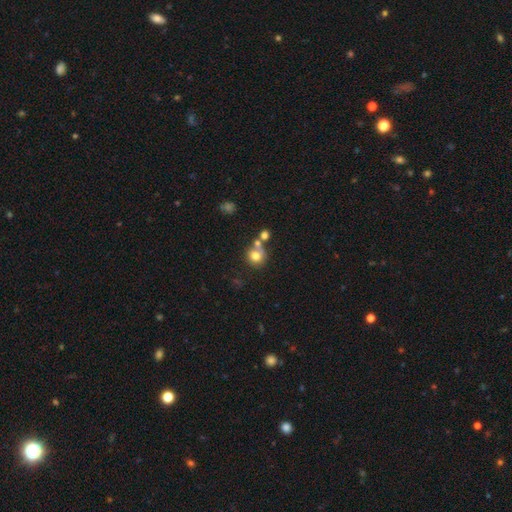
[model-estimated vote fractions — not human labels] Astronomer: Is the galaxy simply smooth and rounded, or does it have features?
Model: smooth — 74%.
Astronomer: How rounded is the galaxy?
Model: round — 83%.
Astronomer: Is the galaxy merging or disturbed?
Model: none — 48% (runner-up: merger, 35%).